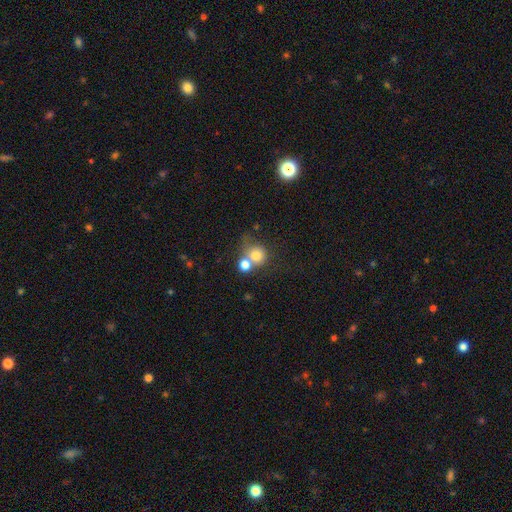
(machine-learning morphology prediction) A smooth galaxy with no disk features (76%) that is round (83%).

Vote fractions:
- Smooth or featured? smooth: 76% / featured or disk: 12% / star or artifact: 11%
- How rounded? round: 83% / in between: 16% / cigar-shaped: 1%
- Merging? merger: 51% / none: 36% / minor disturbance: 8% / major disturbance: 5%